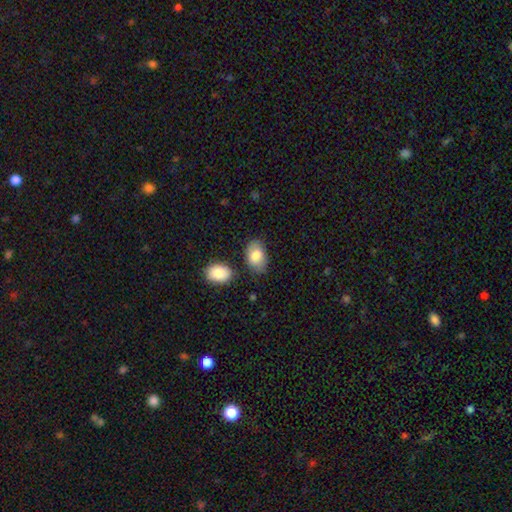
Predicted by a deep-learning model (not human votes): Q: Smooth or featured?
A: smooth (82%); runner-up: featured or disk (11%)
Q: How rounded?
A: in between (90%); runner-up: round (9%)
Q: Merging?
A: none (74%); runner-up: minor disturbance (15%)